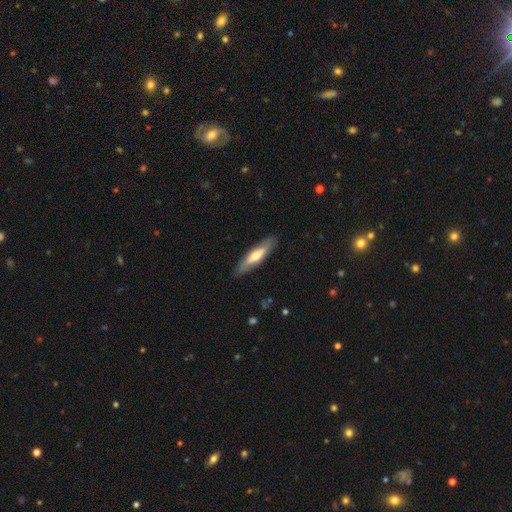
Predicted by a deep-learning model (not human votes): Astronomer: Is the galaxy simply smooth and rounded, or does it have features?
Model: smooth — 49% (runner-up: featured or disk, 46%).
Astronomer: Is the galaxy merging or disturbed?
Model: none — 84%.